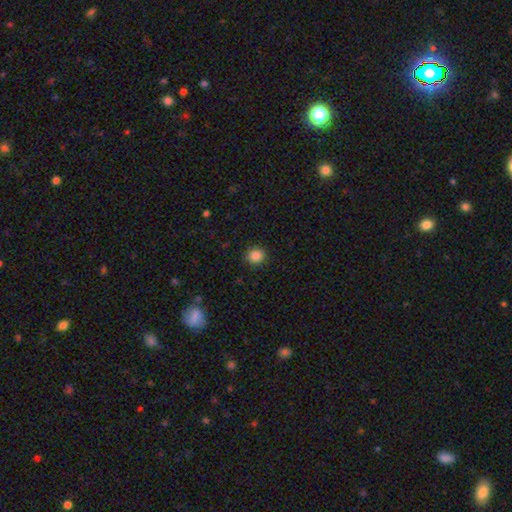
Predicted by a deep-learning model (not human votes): Smooth or featured: smooth — 85% (star or artifact — 11%)
How rounded: round — 88% (in between — 11%)
Merging: none — 89% (minor disturbance — 8%)